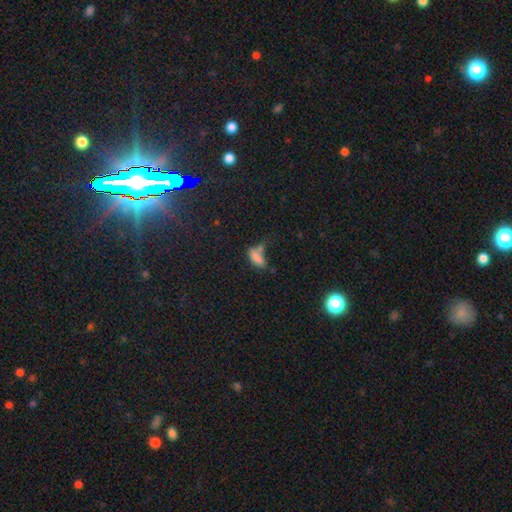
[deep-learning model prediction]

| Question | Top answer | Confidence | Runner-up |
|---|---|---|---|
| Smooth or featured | smooth | 76% | star or artifact (14%) |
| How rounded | in between | 74% | cigar-shaped (22%) |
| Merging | none | 33% | merger (28%) |